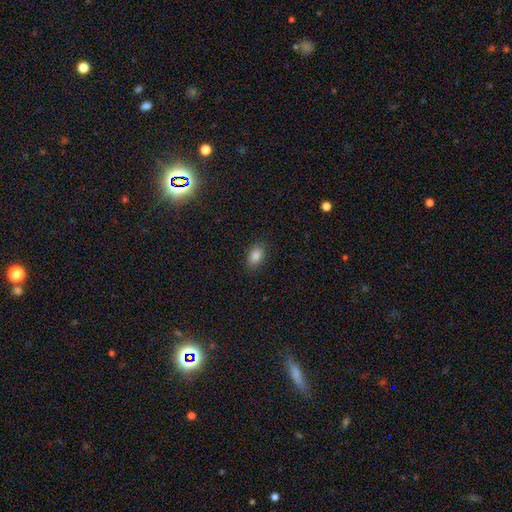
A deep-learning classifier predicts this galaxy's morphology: smooth-or-featured: smooth: 85% | star or artifact: 10% | featured or disk: 5%
  how-rounded: in between: 83% | round: 16% | cigar-shaped: 1%
  merging: none: 87% | minor disturbance: 10% | major disturbance: 2% | merger: 1%